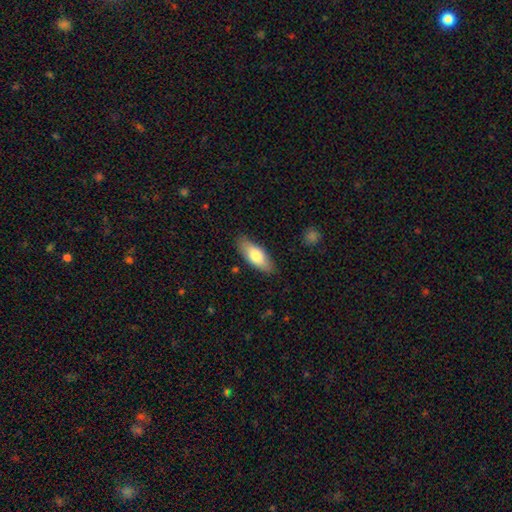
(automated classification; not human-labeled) Morphology: type=smooth (76%); roundness=in between (80%); merging=none (84%).